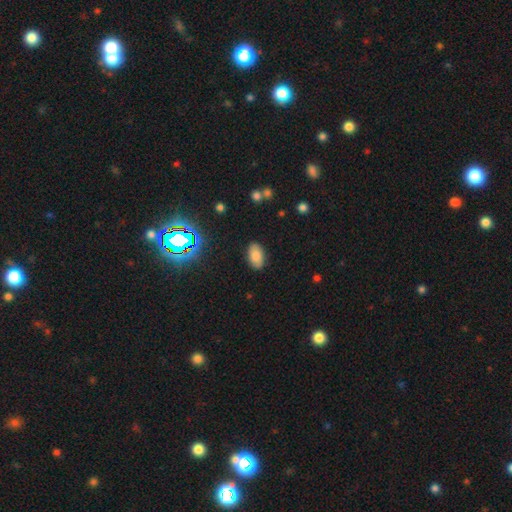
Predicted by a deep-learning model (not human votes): smooth_or_featured: smooth (p=0.79) [alt: star or artifact p=0.12]
how_rounded: in between (p=0.93) [alt: round p=0.06]
merging: none (p=0.85) [alt: minor disturbance p=0.11]